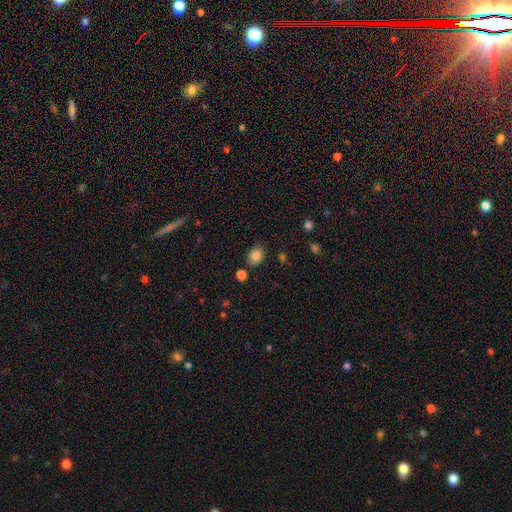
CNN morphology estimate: This appears to be a smooth galaxy with no disk features (85%) that is in between round and cigar-shaped (60%). Merging: none (81%).